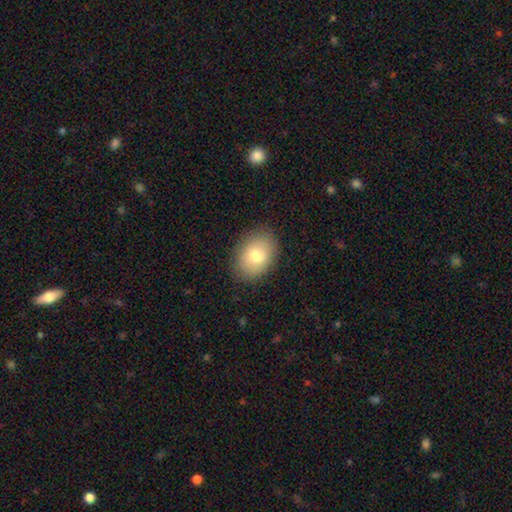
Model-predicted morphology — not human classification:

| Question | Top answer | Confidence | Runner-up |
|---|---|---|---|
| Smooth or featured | smooth | 79% | featured or disk (13%) |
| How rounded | in between | 78% | round (21%) |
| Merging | none | 87% | minor disturbance (9%) |